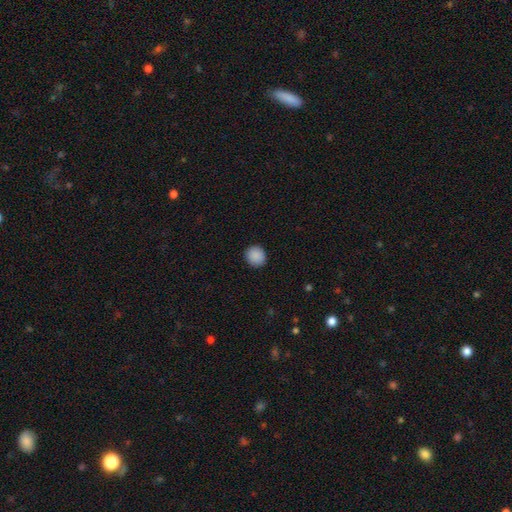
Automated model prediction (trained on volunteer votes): Smooth or featured?
  - smooth: 89% *
  - star or artifact: 8%
  - featured or disk: 3%
How rounded?
  - round: 84% *
  - in between: 15%
  - cigar-shaped: 1%
Merging?
  - none: 91% *
  - minor disturbance: 7%
  - major disturbance: 2%
  - merger: 1%